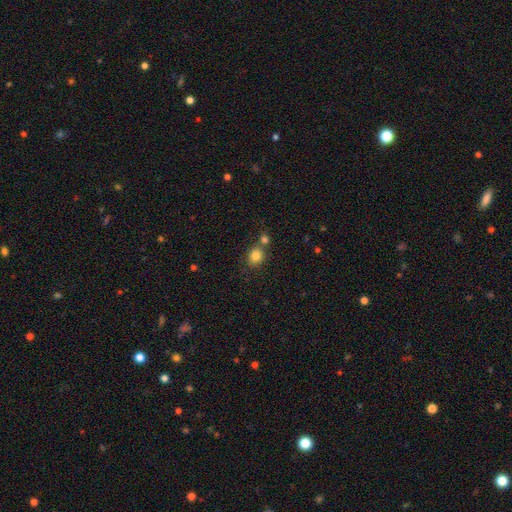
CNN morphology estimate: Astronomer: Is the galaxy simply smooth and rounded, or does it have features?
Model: smooth — 82%.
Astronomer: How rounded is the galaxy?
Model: round — 74%.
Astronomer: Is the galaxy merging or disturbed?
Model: none — 62%.